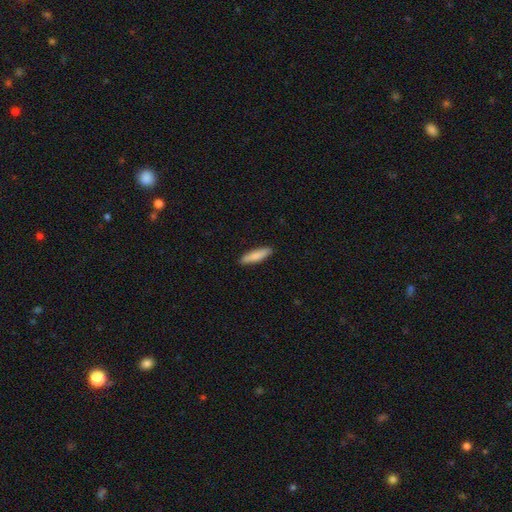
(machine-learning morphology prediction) Smooth or featured?
  - smooth: 83% *
  - featured or disk: 11%
  - star or artifact: 5%
How rounded?
  - cigar-shaped: 73% *
  - in between: 26%
  - round: 1%
Merging?
  - none: 89% *
  - minor disturbance: 8%
  - major disturbance: 2%
  - merger: 1%